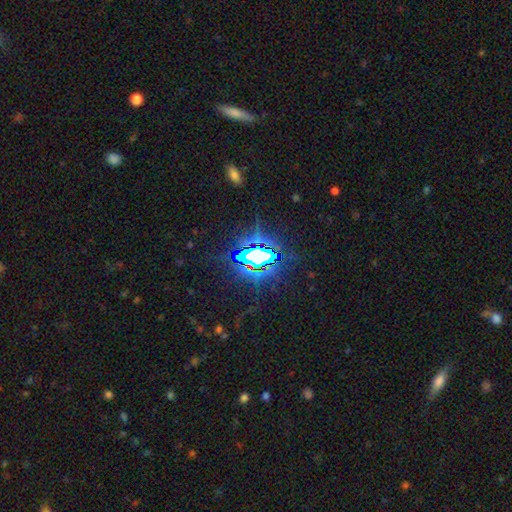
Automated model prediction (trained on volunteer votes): Q: Smooth or featured?
A: star or artifact (76%); runner-up: smooth (12%)